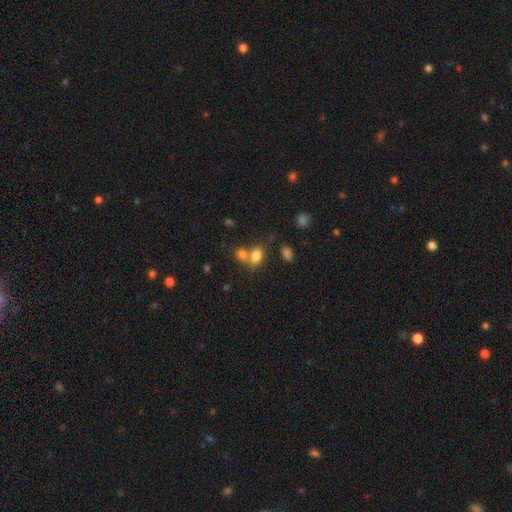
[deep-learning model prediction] Morphology: type=smooth (80%); roundness=in between (72%); merging=merger (48%).